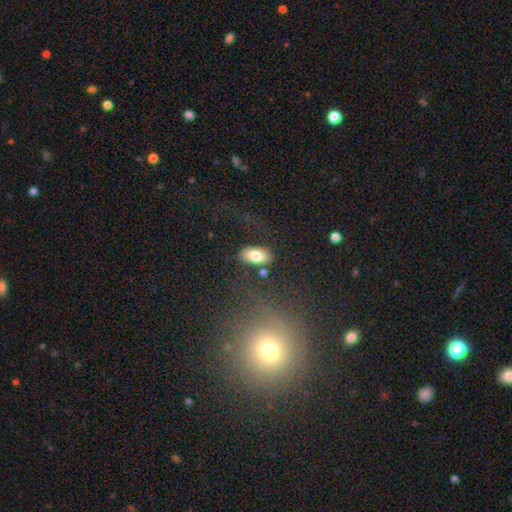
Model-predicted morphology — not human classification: This appears to be a smooth galaxy with no disk features (79%) that is in between round and cigar-shaped (93%). Merging: none (76%).